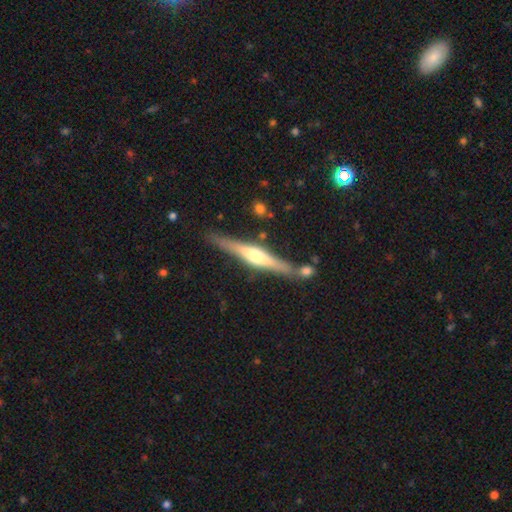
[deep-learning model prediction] Q: Smooth or featured?
A: featured or disk (70%); runner-up: smooth (24%)
Q: Edge-on disk?
A: yes (97%); runner-up: no (3%)
Q: Edge-on bulge?
A: rounded (84%); runner-up: boxy (10%)
Q: Merging?
A: none (80%); runner-up: minor disturbance (11%)